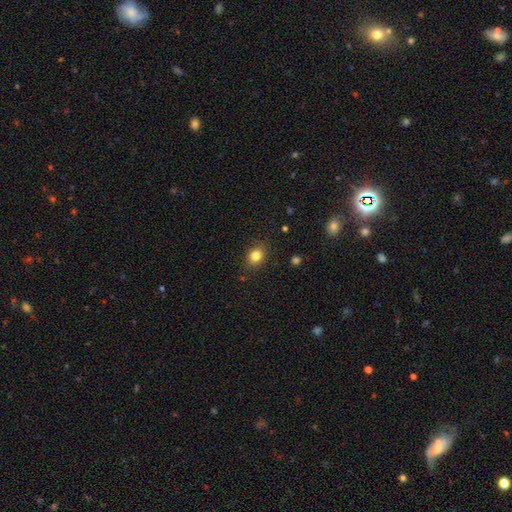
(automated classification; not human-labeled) smooth 82%, star or artifact 11%, featured or disk 6%. Down the decision tree: how rounded — round (56%); merging — none (84%).